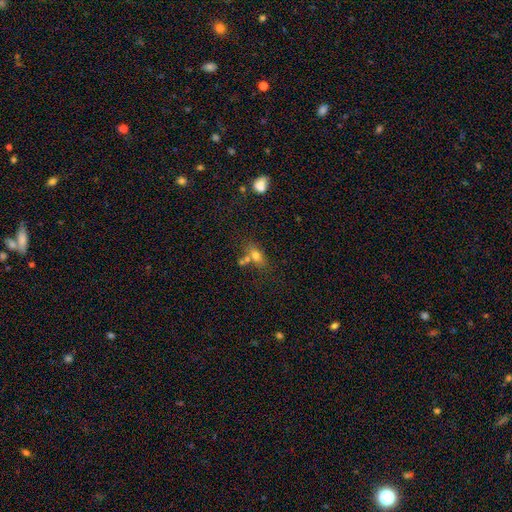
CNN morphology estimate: Smooth or featured: smooth — 71% (featured or disk — 16%)
How rounded: in between — 71% (round — 20%)
Merging: none — 52% (merger — 27%)